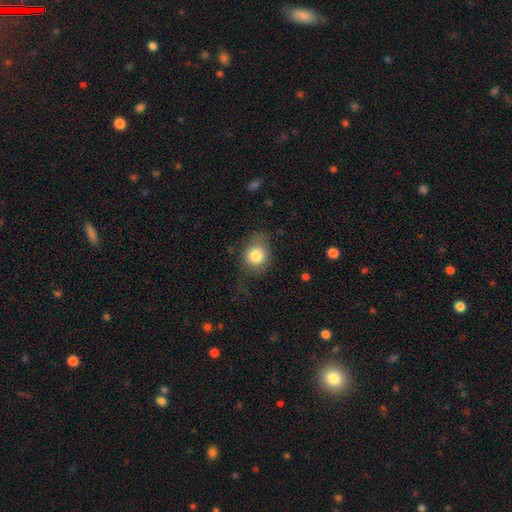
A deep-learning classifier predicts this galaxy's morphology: Smooth or featured: smooth — 81% (featured or disk — 11%)
How rounded: round — 63% (in between — 36%)
Merging: none — 59% (minor disturbance — 25%)